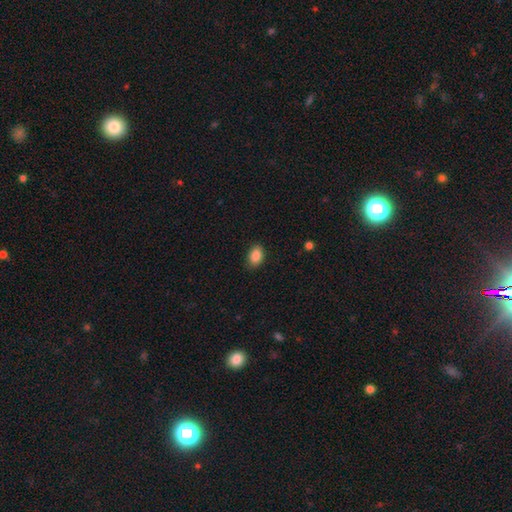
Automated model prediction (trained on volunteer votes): smooth_or_featured: smooth (p=0.87) [alt: star or artifact p=0.08]
how_rounded: in between (p=0.84) [alt: round p=0.15]
merging: none (p=0.83) [alt: minor disturbance p=0.14]